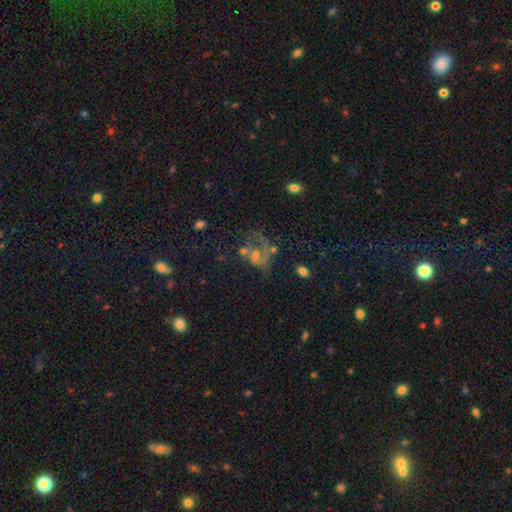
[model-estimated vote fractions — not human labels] The model was most divided on "merging": major disturbance: 37%, none: 28%, merger: 20%, minor disturbance: 15%. Remaining: edge-on disk — no (97%); bar — no (82%); spiral arms — no (57%); smooth or featured — featured or disk (52%); bulge size — moderate (41%).